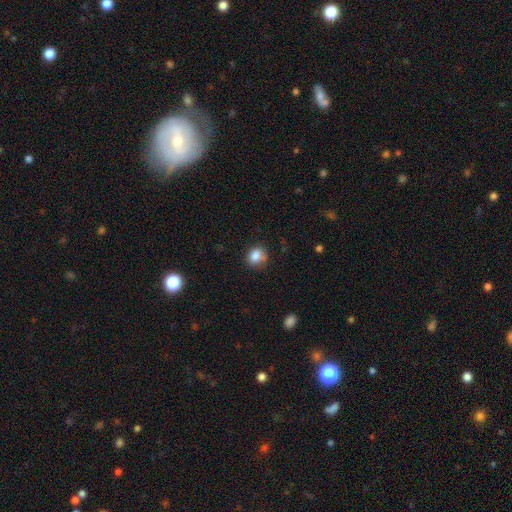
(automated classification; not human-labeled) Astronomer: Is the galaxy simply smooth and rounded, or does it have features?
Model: smooth — 84%.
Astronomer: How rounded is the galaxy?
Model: round — 66%.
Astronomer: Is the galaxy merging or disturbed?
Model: none — 69%.